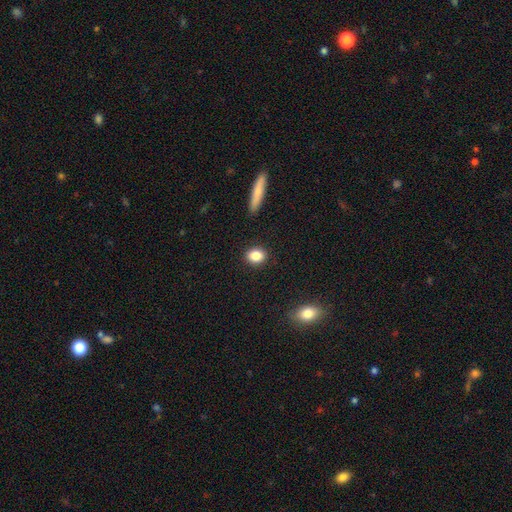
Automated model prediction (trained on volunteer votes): smooth 85%, star or artifact 9%, featured or disk 6%. Down the decision tree: how rounded — in between (49%); merging — none (90%).